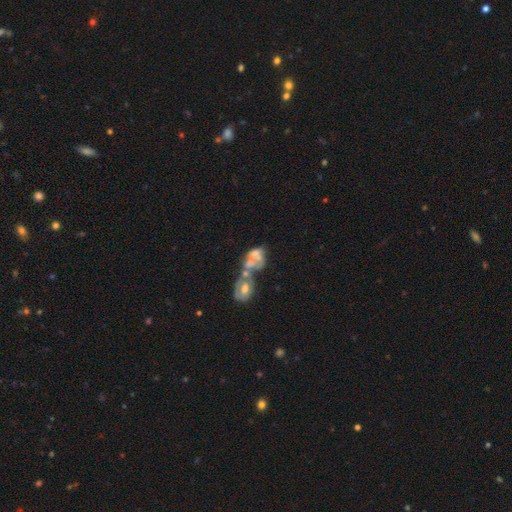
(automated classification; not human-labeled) smooth-or-featured: featured or disk: 55% | smooth: 34% | star or artifact: 12%
  disk-edge-on: no: 97% | yes: 3%
    bar: no: 91% | weak: 7% | strong: 2%
    has-spiral-arms: no: 91% | yes: 9%
    bulge-size: none: 50% | moderate: 28% | small: 14% | large: 6% | dominant: 2%
  merging: merger: 67% | major disturbance: 15% | none: 11% | minor disturbance: 7%